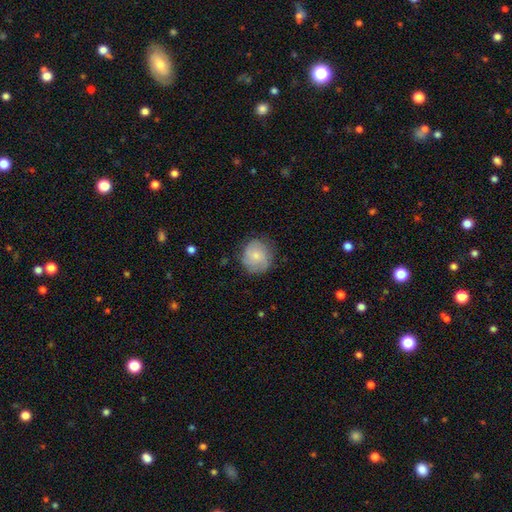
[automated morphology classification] Smooth or featured? Predicted: smooth (p=0.68). How rounded? Predicted: round (p=0.88). Merging? Predicted: none (p=0.76).